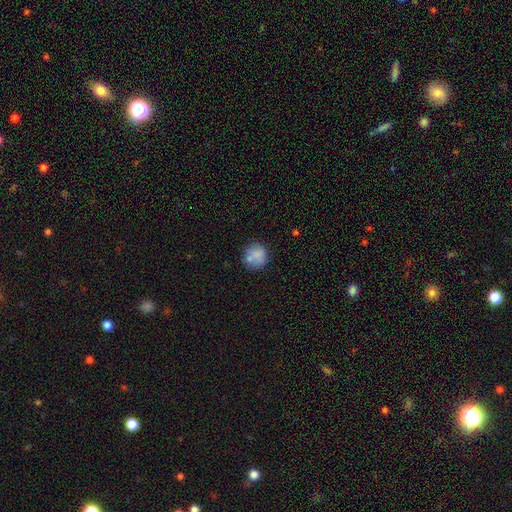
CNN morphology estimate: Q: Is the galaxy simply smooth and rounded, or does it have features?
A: smooth — 76%.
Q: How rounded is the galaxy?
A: round — 89%.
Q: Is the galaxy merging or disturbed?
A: none — 66%.